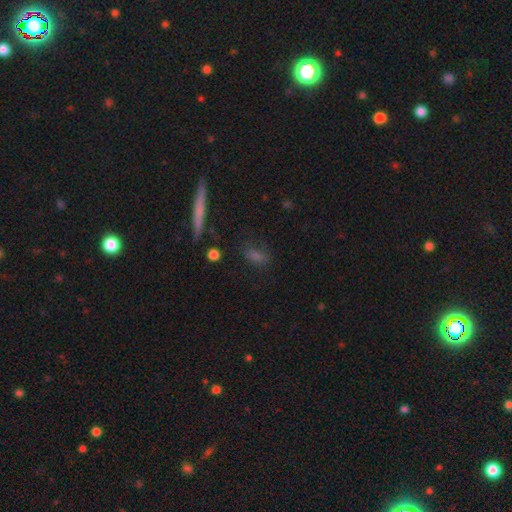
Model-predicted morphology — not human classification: The model was most divided on "how rounded": in between: 55%, cigar-shaped: 33%, round: 12%. More confident: merging — none (72%); smooth or featured — smooth (65%).